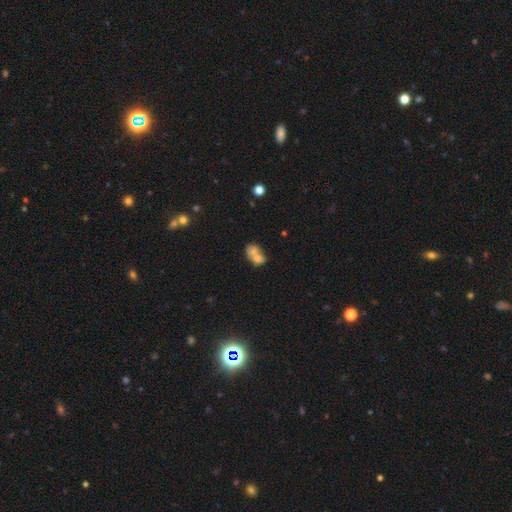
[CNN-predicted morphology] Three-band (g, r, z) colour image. It shows a smooth galaxy with no disk features (67%) that is in between round and cigar-shaped (57%). Merging: merger (67%).